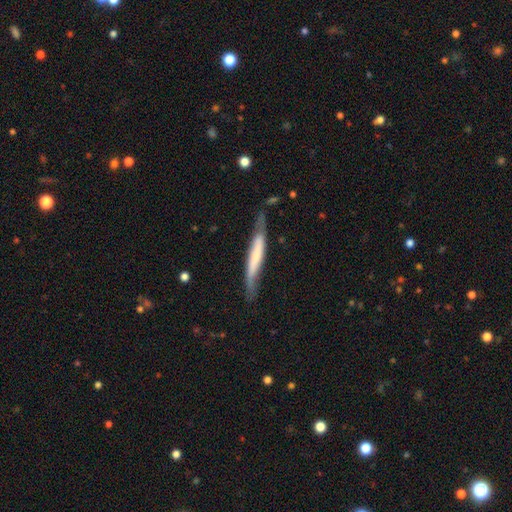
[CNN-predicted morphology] smooth-or-featured: featured or disk: 50% | smooth: 45% | star or artifact: 5%
  merging: none: 65% | minor disturbance: 25% | major disturbance: 7% | merger: 3%